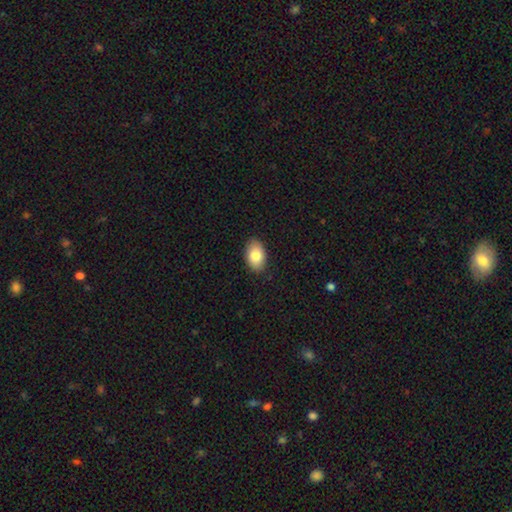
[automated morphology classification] smooth-or-featured: smooth: 83% | featured or disk: 10% | star or artifact: 7%
  how-rounded: in between: 91% | round: 8% | cigar-shaped: 1%
  merging: none: 88% | minor disturbance: 9% | major disturbance: 2% | merger: 1%